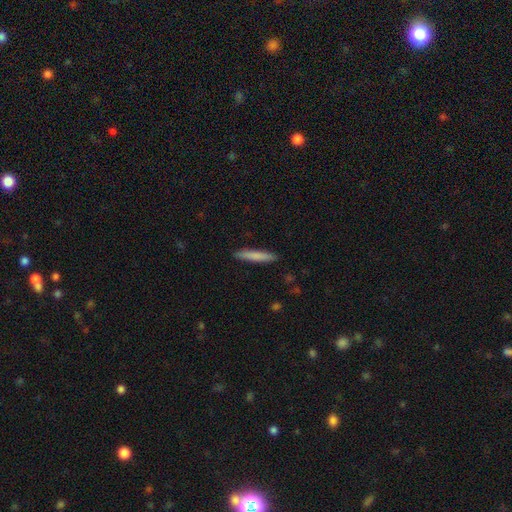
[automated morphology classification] The model was most divided on "smooth or featured": smooth: 79%, featured or disk: 16%, star or artifact: 5%. More confident: how rounded — cigar-shaped (94%); merging — none (91%).